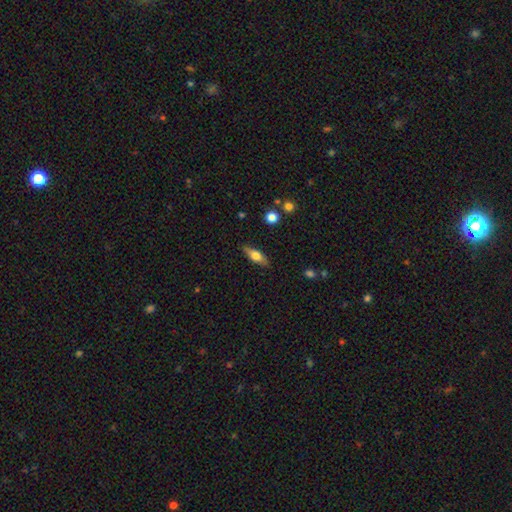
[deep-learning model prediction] Smooth or featured?
  - smooth: 56% *
  - featured or disk: 37%
  - star or artifact: 7%
How rounded?
  - in between: 59% *
  - cigar-shaped: 38%
  - round: 4%
Merging?
  - none: 85% *
  - minor disturbance: 11%
  - major disturbance: 2%
  - merger: 1%